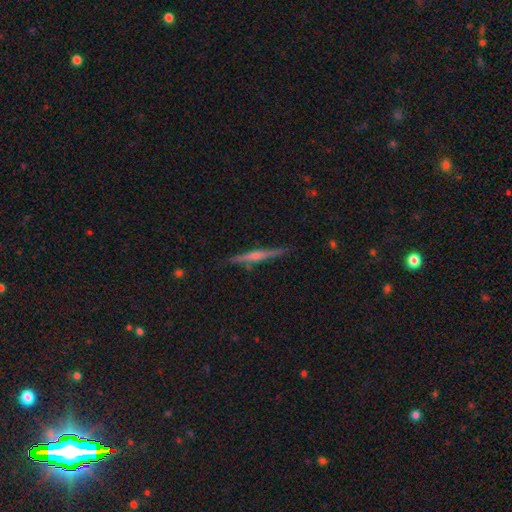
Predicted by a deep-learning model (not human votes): A featured or disk galaxy (72%) viewed edge-on (98%) with a rounded central bulge (75%). Merging: none (89%).